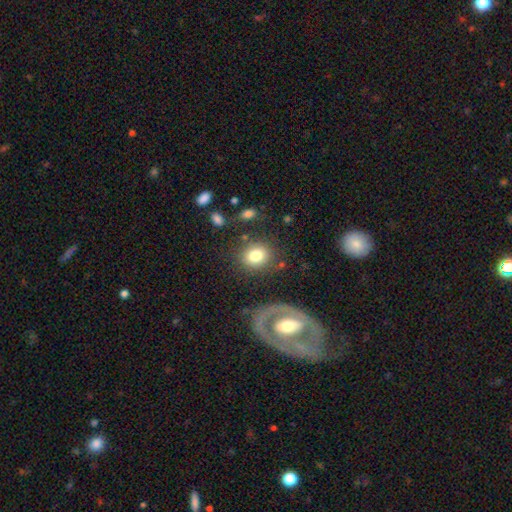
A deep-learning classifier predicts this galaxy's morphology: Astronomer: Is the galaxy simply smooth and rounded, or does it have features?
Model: smooth — 77%.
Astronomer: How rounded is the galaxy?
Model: round — 61% (runner-up: in between, 37%).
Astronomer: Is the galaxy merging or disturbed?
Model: none — 73%.